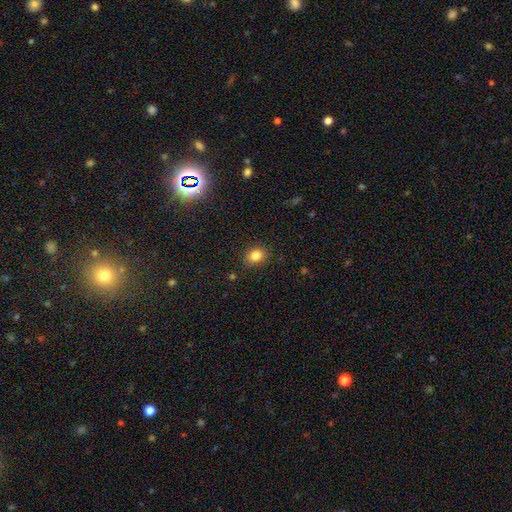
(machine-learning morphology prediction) smooth_or_featured: smooth (p=0.83) [alt: star or artifact p=0.12]
how_rounded: in between (p=0.52) [alt: round p=0.47]
merging: none (p=0.86) [alt: minor disturbance p=0.10]